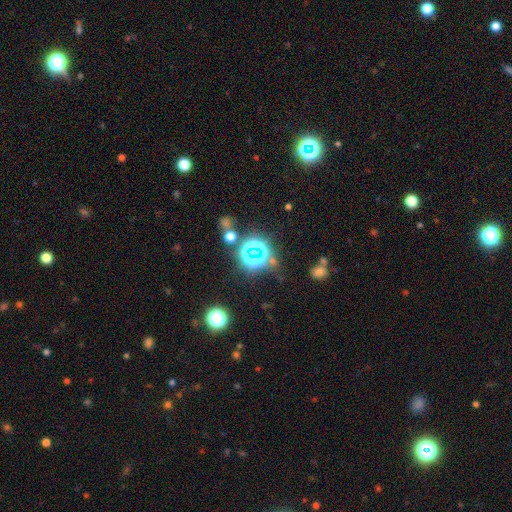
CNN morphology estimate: Smooth or featured? Predicted: star or artifact (p=0.70).